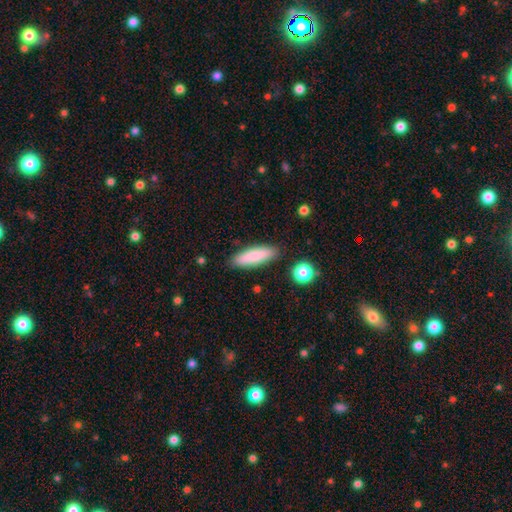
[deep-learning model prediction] This appears to be a smooth galaxy with no disk features (84%) that is cigar-shaped (58%). Merging: none (87%).